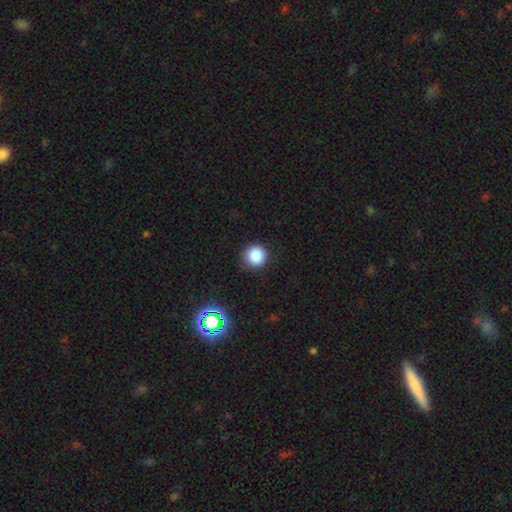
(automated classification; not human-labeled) This appears to be a smooth galaxy with no disk features (83%) that is round (95%). Merging: none (88%).